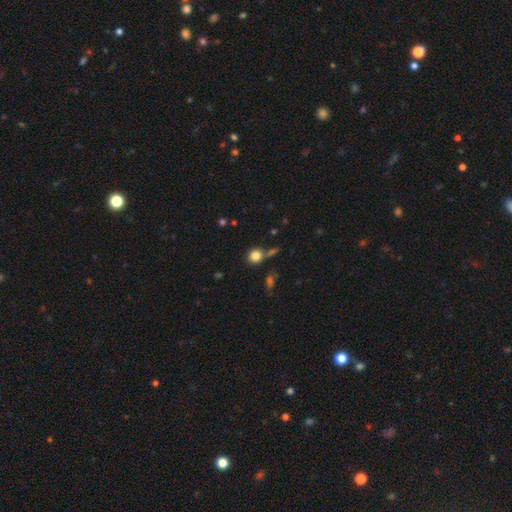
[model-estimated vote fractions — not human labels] Smooth or featured: smooth — 82% (star or artifact — 11%)
How rounded: round — 87% (in between — 12%)
Merging: none — 68% (merger — 15%)